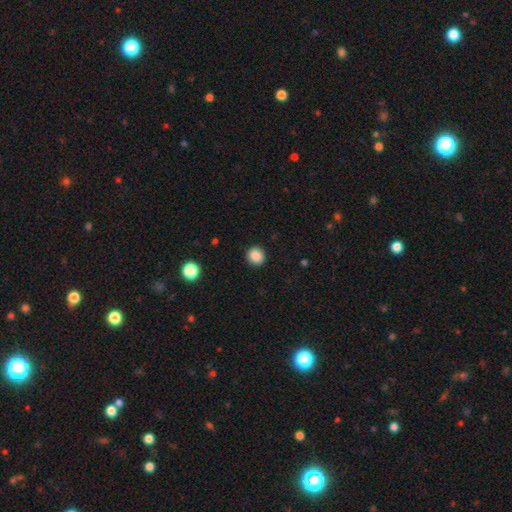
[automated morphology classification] smooth_or_featured: smooth (p=0.87) [alt: star or artifact p=0.10]
how_rounded: round (p=0.85) [alt: in between p=0.14]
merging: none (p=0.91) [alt: minor disturbance p=0.06]